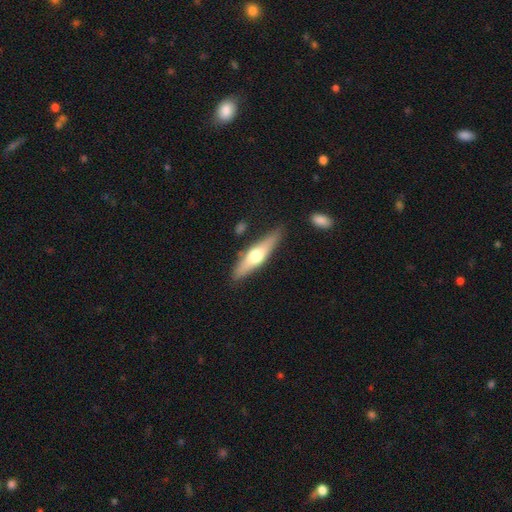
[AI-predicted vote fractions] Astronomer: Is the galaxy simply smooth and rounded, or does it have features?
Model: featured or disk — 48% (runner-up: smooth, 47%).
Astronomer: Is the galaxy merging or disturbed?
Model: none — 84%.